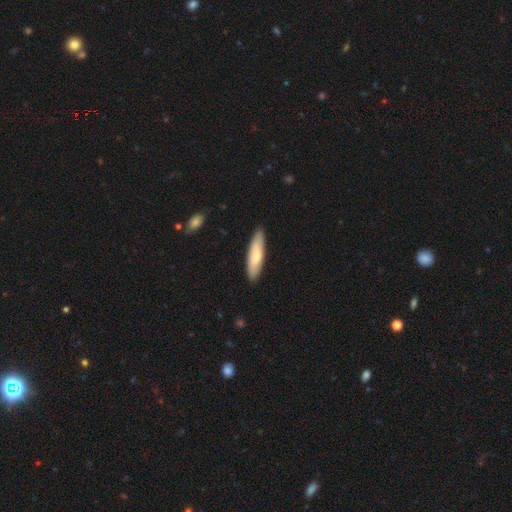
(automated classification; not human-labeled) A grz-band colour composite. It shows a smooth galaxy with no disk features (77%) that is cigar-shaped (68%). Merging: none (89%).